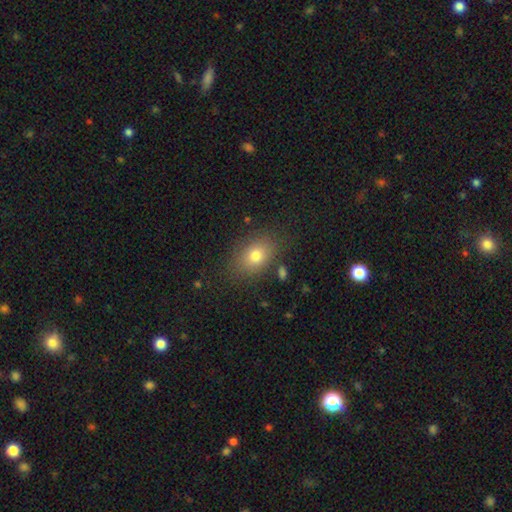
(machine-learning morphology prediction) Q: Smooth or featured?
A: smooth (77%); runner-up: featured or disk (12%)
Q: How rounded?
A: in between (74%); runner-up: round (25%)
Q: Merging?
A: none (80%); runner-up: minor disturbance (13%)